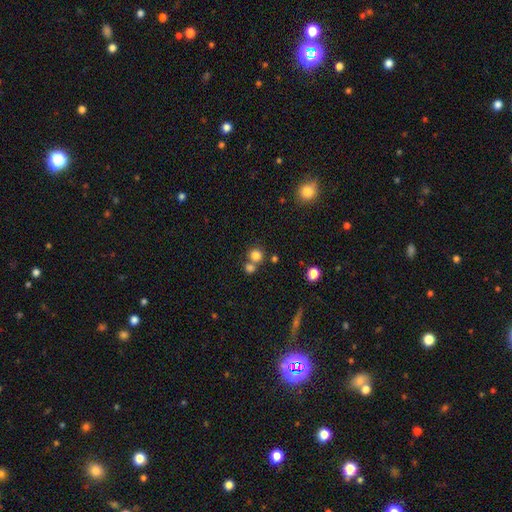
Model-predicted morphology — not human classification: smooth-or-featured: smooth: 79% | star or artifact: 14% | featured or disk: 7%
  how-rounded: round: 89% | in between: 10% | cigar-shaped: 1%
  merging: none: 56% | merger: 34% | minor disturbance: 7% | major disturbance: 3%